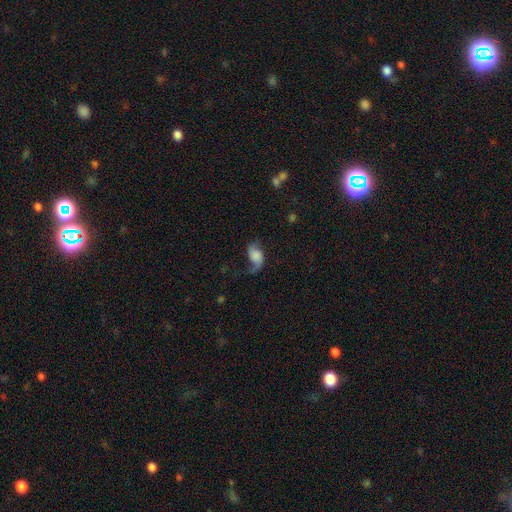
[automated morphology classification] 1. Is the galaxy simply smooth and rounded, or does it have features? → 55% featured or disk, 35% smooth, 10% star or artifact.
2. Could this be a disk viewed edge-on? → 96% no, 4% yes.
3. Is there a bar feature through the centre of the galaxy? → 66% no, 26% weak, 7% strong.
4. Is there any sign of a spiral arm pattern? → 90% yes, 10% no.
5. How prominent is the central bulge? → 34% none, 23% large, 15% small, 15% moderate, 13% dominant.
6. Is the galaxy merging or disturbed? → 47% none, 26% major disturbance, 25% minor disturbance, 3% merger.